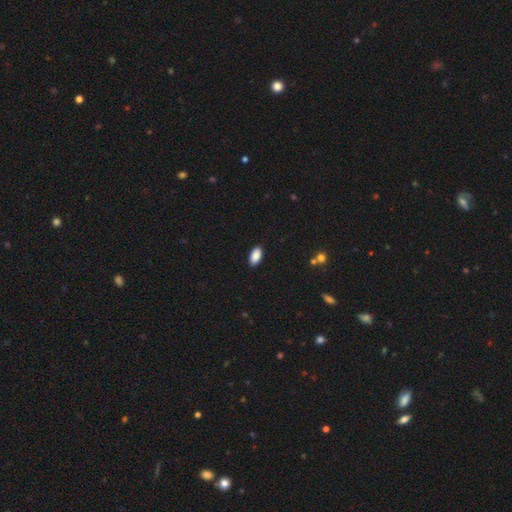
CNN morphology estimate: A smooth galaxy with no disk features (89%) that is in between round and cigar-shaped (93%).

Vote fractions:
- Smooth or featured? smooth: 89% / star or artifact: 7% / featured or disk: 4%
- How rounded? in between: 93% / cigar-shaped: 4% / round: 3%
- Merging? none: 90% / minor disturbance: 7% / major disturbance: 2% / merger: 1%